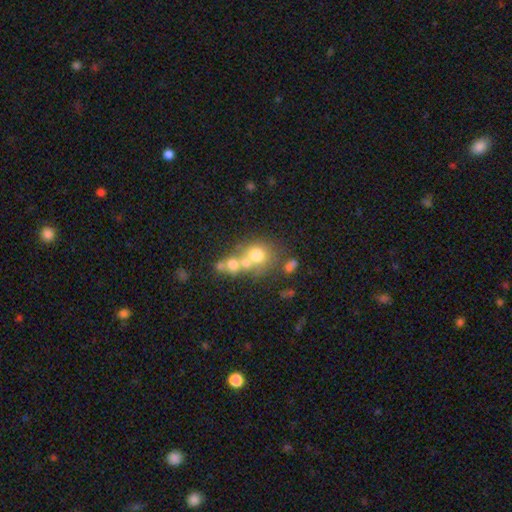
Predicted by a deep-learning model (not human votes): smooth-or-featured: smooth: 63% | featured or disk: 24% | star or artifact: 14%
  how-rounded: round: 78% | in between: 21% | cigar-shaped: 1%
  merging: merger: 50% | none: 37% | minor disturbance: 8% | major disturbance: 5%